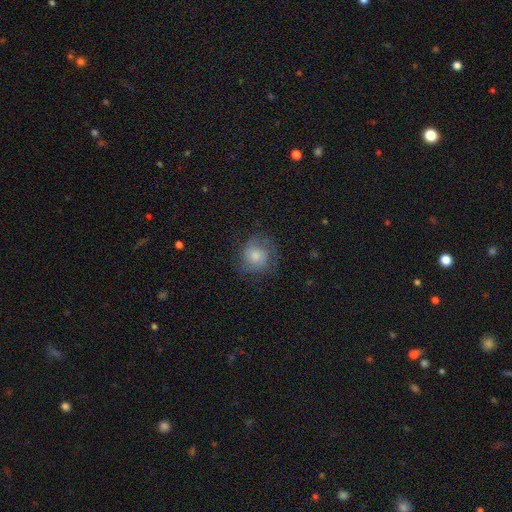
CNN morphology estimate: Smooth or featured? Predicted: smooth (p=0.66). How rounded? Predicted: round (p=0.84). Merging? Predicted: none (p=0.67).